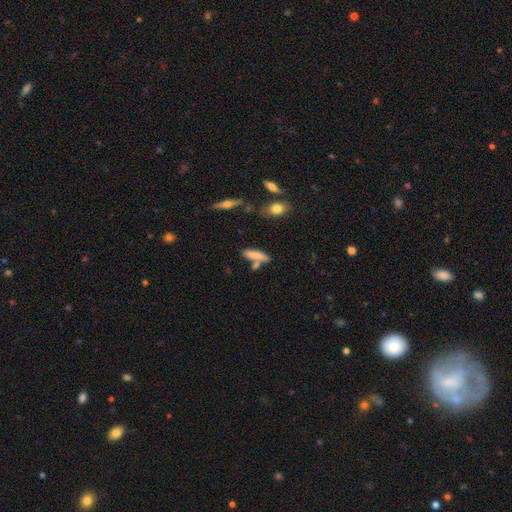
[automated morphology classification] smooth-or-featured: smooth: 76% | featured or disk: 15% | star or artifact: 9%
  how-rounded: cigar-shaped: 64% | in between: 33% | round: 3%
  merging: none: 55% | merger: 26% | minor disturbance: 14% | major disturbance: 4%